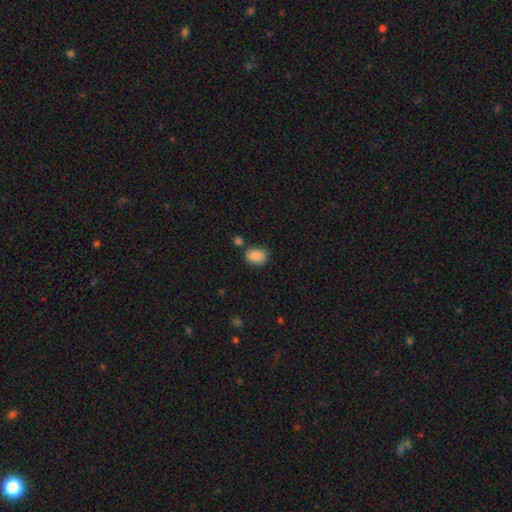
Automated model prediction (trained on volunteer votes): The model was most divided on "merging": none: 67%, minor disturbance: 18%, merger: 10%, major disturbance: 5%. More confident: smooth or featured — smooth (87%); how rounded — in between (74%).